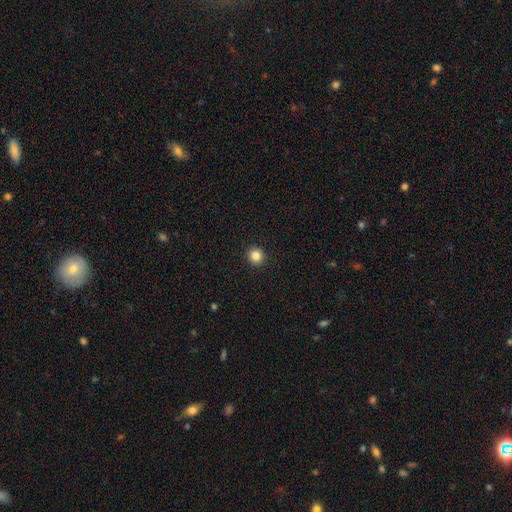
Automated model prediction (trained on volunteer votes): Smooth or featured? smooth (85%)
How rounded? round (92%)
Merging? none (93%)